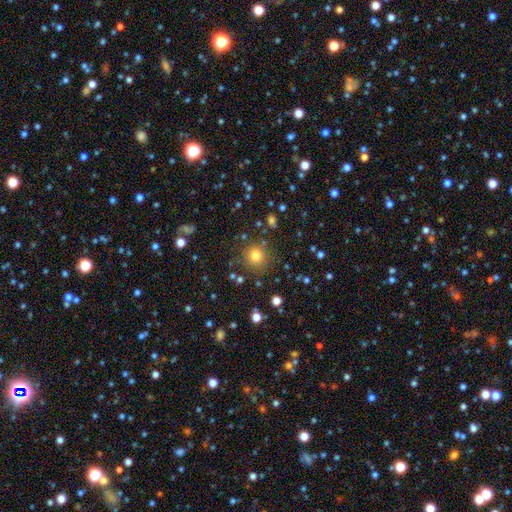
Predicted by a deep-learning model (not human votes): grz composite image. It shows a smooth galaxy with no disk features (78%) that is round (93%). Merging: none (85%).